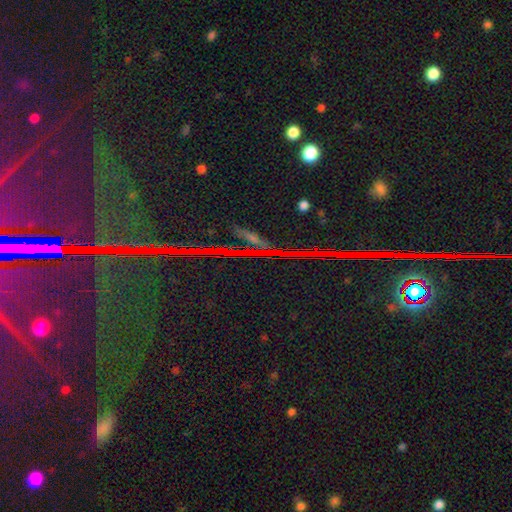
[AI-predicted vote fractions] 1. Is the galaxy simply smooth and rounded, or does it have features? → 82% star or artifact, 10% featured or disk, 8% smooth.